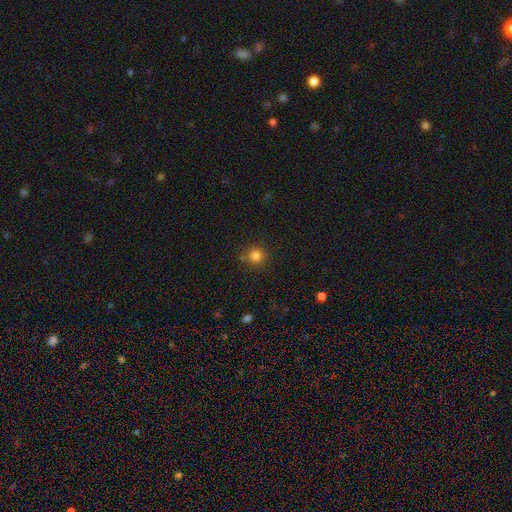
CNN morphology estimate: A smooth galaxy with no disk features (81%) that is round (93%). Merging: none (80%).